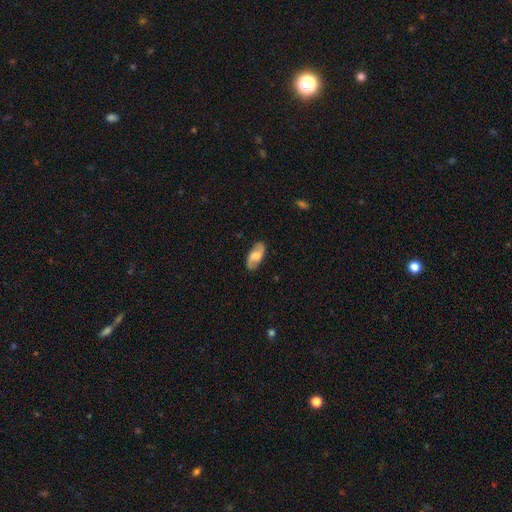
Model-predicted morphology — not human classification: featured or disk 57%, smooth 37%, star or artifact 7%. Down the decision tree: edge-on disk — no (92%); bar — no (44%); spiral arms — yes (88%); bulge size — moderate (37%); merging — none (84%).